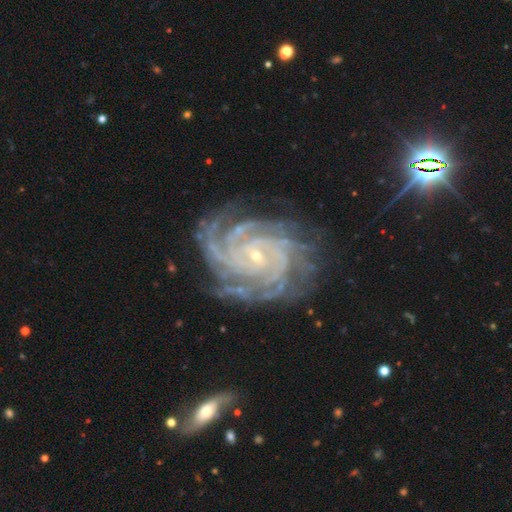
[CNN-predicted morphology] type=featured or disk (92%); edge-on=no (98%); bar=no (63%); spiral arms=yes (99%); winding=tight (79%); arm count=4 (30%); bulge=small (85%); merging=none (76%).